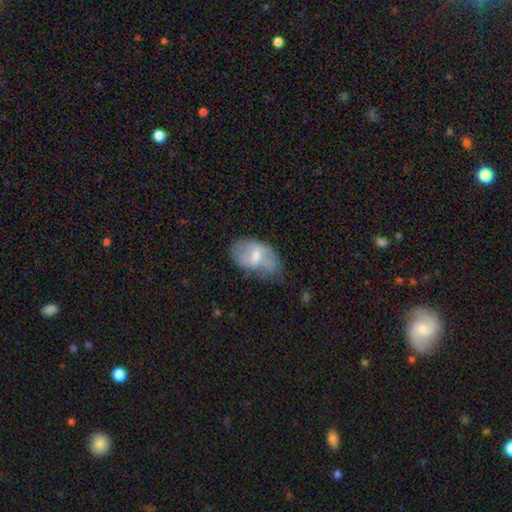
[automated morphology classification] type=featured or disk (52%); edge-on=no (95%); merging=none (49%).